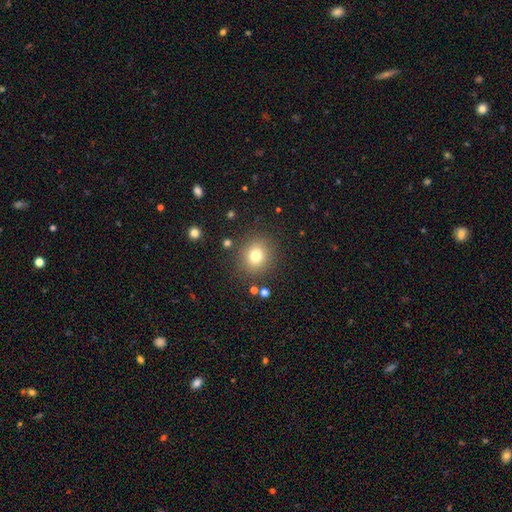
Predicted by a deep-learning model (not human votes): A smooth galaxy with no disk features (77%) that is round (84%). Merging: none (86%).